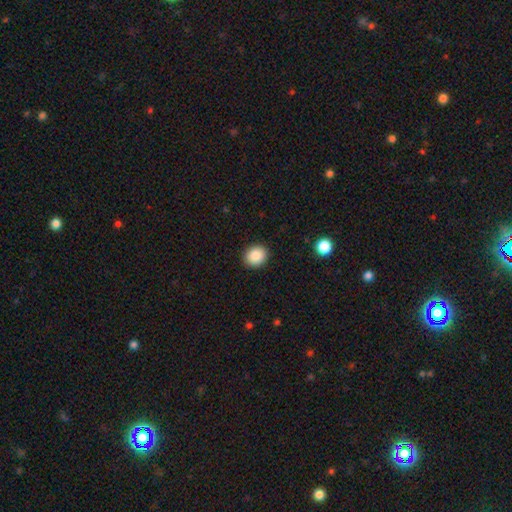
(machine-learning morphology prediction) Smooth or featured? smooth (88%)
How rounded? round (72%)
Merging? none (91%)